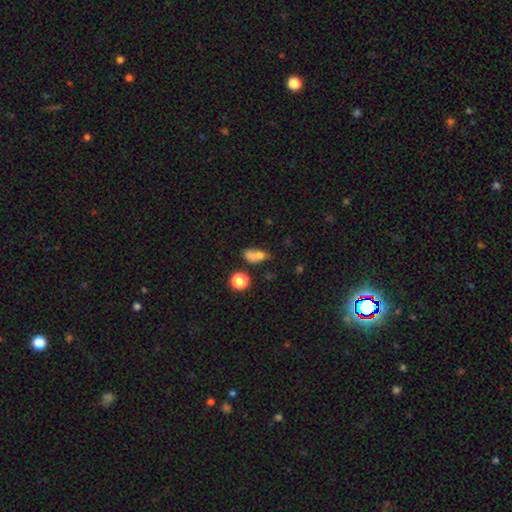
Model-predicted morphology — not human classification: Smooth or featured?
  - smooth: 70% *
  - star or artifact: 15%
  - featured or disk: 15%
How rounded?
  - in between: 58% *
  - round: 37%
  - cigar-shaped: 5%
Merging?
  - merger: 40% *
  - none: 32%
  - minor disturbance: 16%
  - major disturbance: 12%